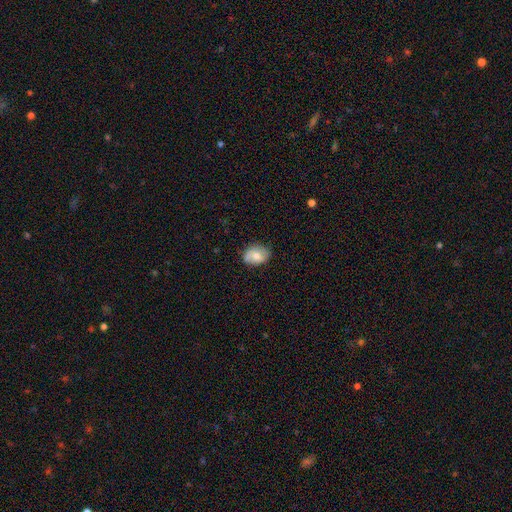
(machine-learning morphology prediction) Smooth or featured? Predicted: smooth (p=0.66). How rounded? Predicted: in between (p=0.65). Merging? Predicted: none (p=0.75).